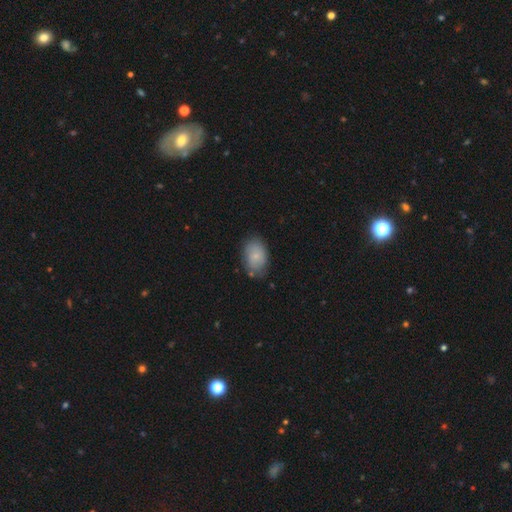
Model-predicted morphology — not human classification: Overall: smooth (77%). How rounded: in between (86%). Merging: none (74%).